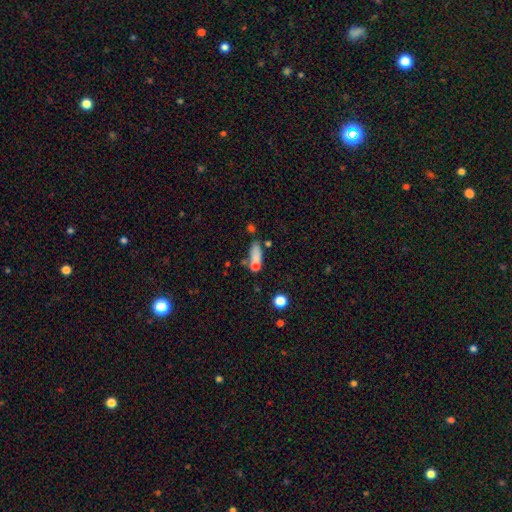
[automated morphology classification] Smooth or featured: smooth — 72% (featured or disk — 17%)
How rounded: in between — 63% (cigar-shaped — 31%)
Merging: none — 40% (merger — 28%)